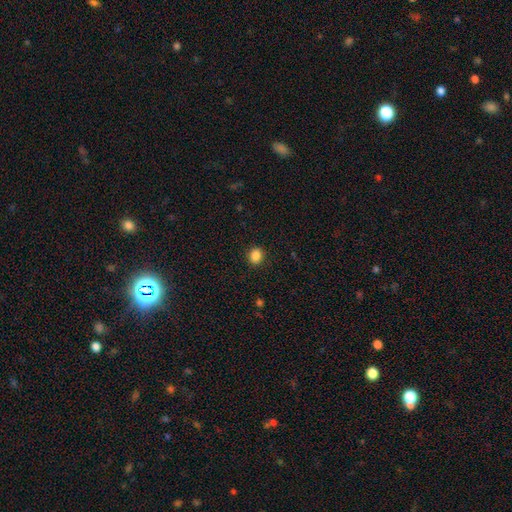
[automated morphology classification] This is clearly a smooth galaxy (86%). How rounded: likely round (70%). Merging: clearly none (91%).